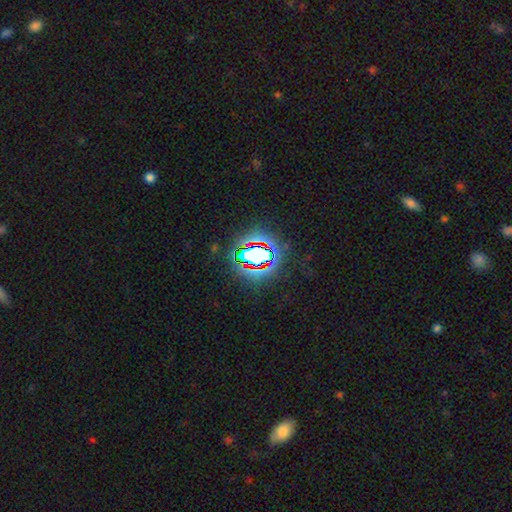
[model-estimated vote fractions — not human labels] smooth_or_featured: star or artifact (p=0.68) [alt: smooth p=0.20]